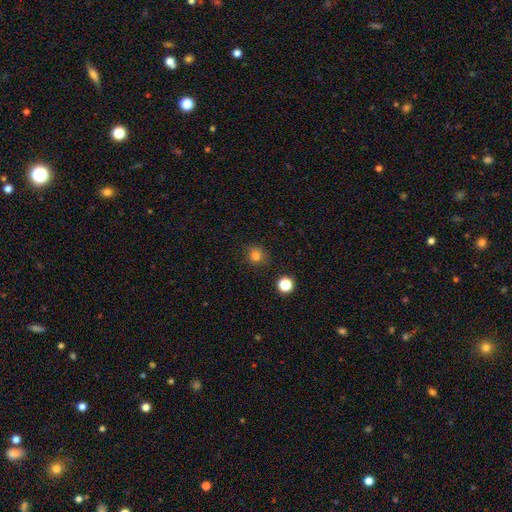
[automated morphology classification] Smooth or featured?
  - smooth: 81% *
  - star or artifact: 14%
  - featured or disk: 5%
How rounded?
  - round: 89% *
  - in between: 10%
  - cigar-shaped: 1%
Merging?
  - none: 86% *
  - minor disturbance: 9%
  - major disturbance: 3%
  - merger: 2%